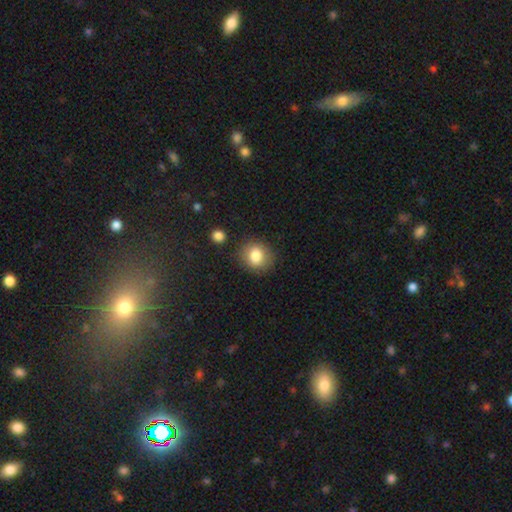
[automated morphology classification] Smooth or featured? smooth (82%)
How rounded? round (77%)
Merging? none (84%)